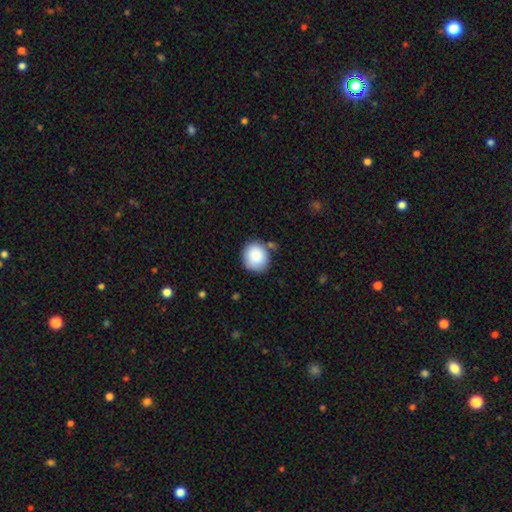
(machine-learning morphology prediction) Overall: smooth (87%). How rounded: round (81%). Merging: none (76%).